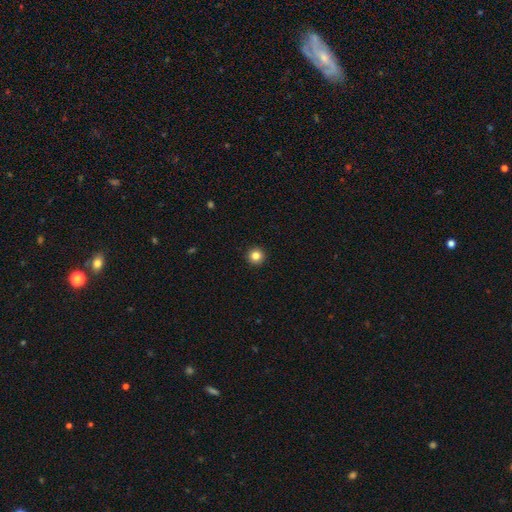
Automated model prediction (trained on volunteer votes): smooth-or-featured: smooth: 83% | star or artifact: 11% | featured or disk: 5%
  how-rounded: round: 96% | in between: 3% | cigar-shaped: 1%
  merging: none: 94% | minor disturbance: 3% | major disturbance: 1% | merger: 1%